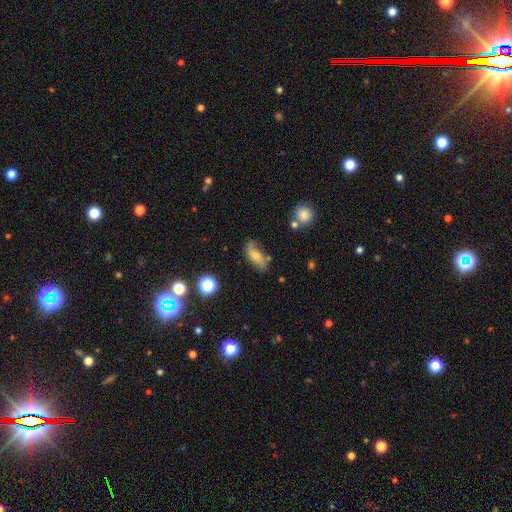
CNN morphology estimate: smooth-or-featured: featured or disk: 44% (tied) | smooth: 44% (tied) | star or artifact: 12%
  merging: none: 64% | minor disturbance: 23% | major disturbance: 8% | merger: 4%